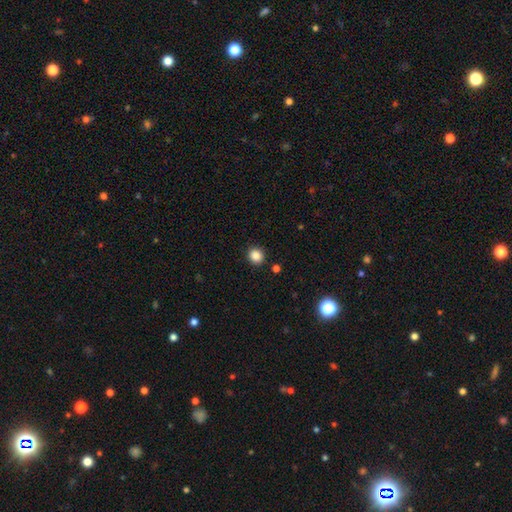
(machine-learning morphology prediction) smooth-or-featured: smooth: 86% | star or artifact: 11% | featured or disk: 4%
  how-rounded: round: 86% | in between: 13% | cigar-shaped: 1%
  merging: none: 90% | minor disturbance: 6% | merger: 2% | major disturbance: 2%